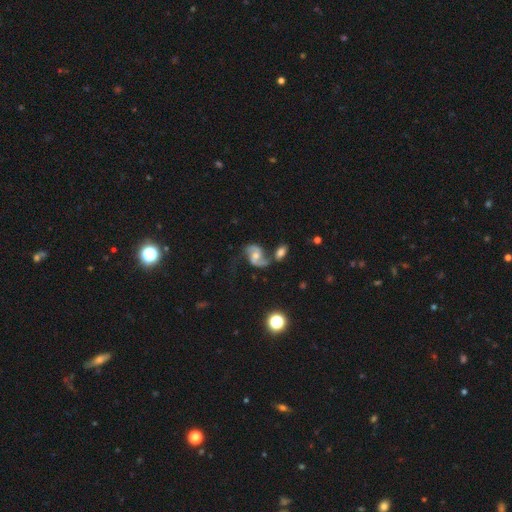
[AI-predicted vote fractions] A featured or disk galaxy (82%) with no bar (49%), 2 (91%) loose (52%) spiral arms (95%) and a moderate central bulge (59%). Merging: none (48%).